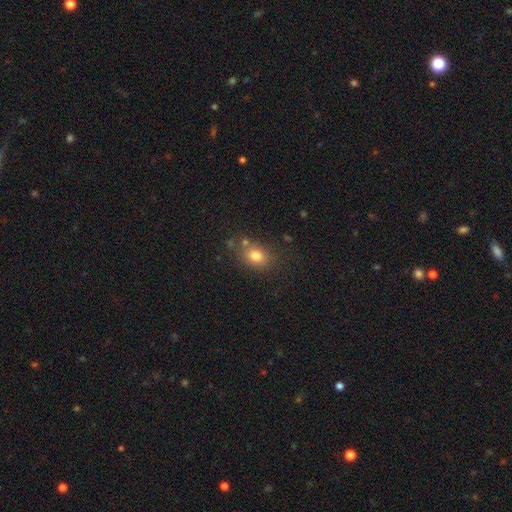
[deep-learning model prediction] smooth 77%, star or artifact 12%, featured or disk 10%. Down the decision tree: how rounded — in between (64%); merging — none (71%).